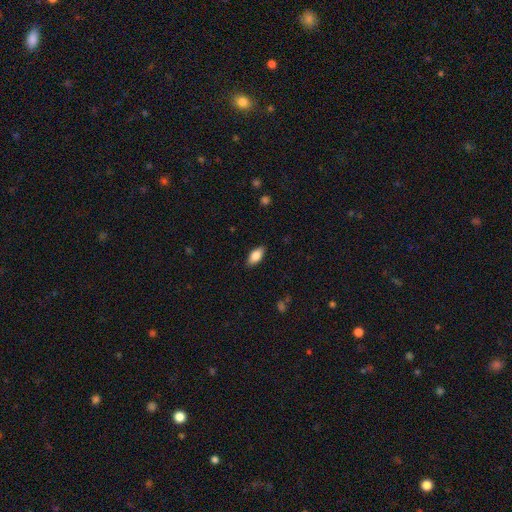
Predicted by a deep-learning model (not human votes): A smooth galaxy with no disk features (82%) that is in between round and cigar-shaped (88%). Merging: none (87%).